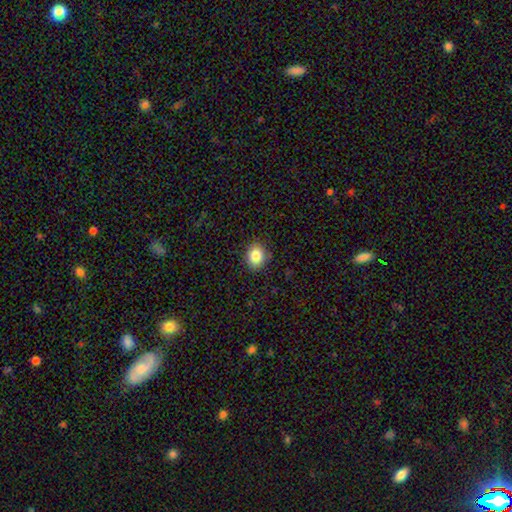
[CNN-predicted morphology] Smooth or featured? smooth (83%)
How rounded? round (61%)
Merging? none (87%)